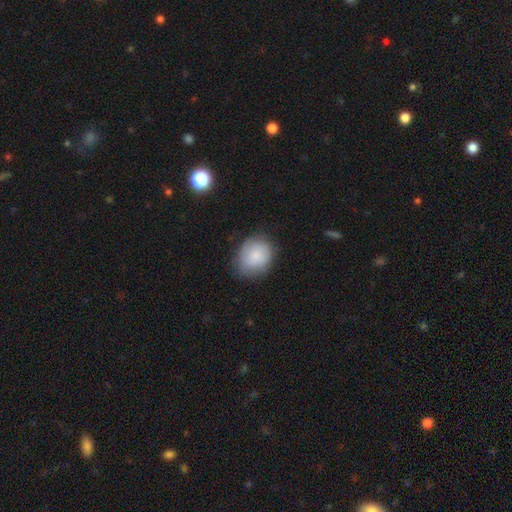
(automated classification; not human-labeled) Smooth or featured? Predicted: smooth (p=0.81). How rounded? Predicted: round (p=0.60). Merging? Predicted: none (p=0.72).